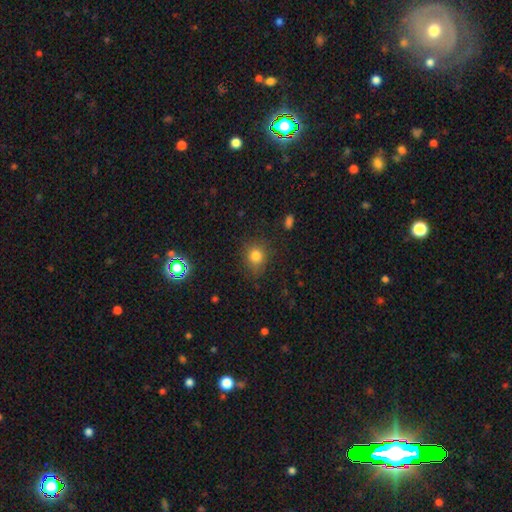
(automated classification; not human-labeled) Smooth or featured? smooth (80%)
How rounded? round (71%)
Merging? none (80%)